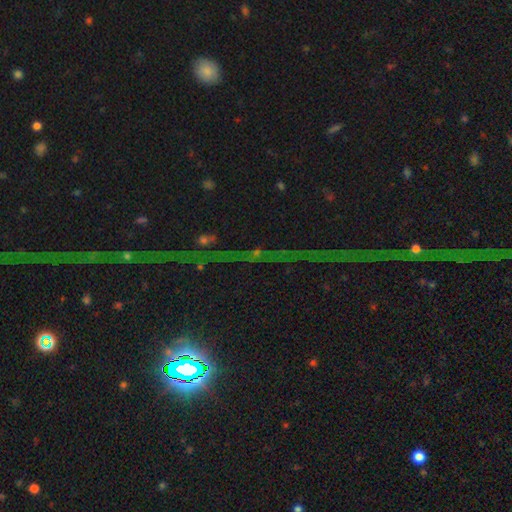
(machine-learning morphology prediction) The model was most divided on "smooth or featured": star or artifact: 78%, featured or disk: 13%, smooth: 9%.